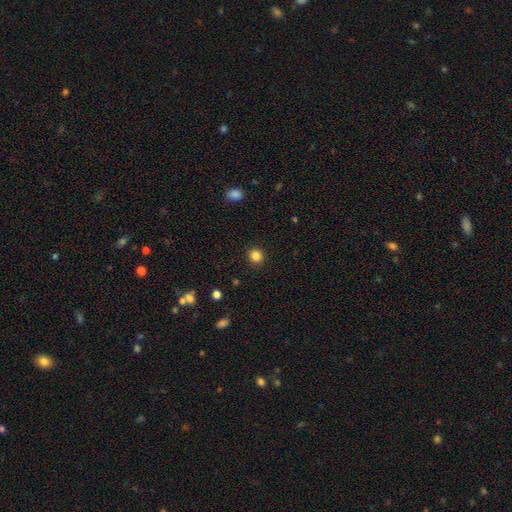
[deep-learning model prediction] This appears to be a smooth galaxy with no disk features (85%) that is round (91%). Merging: none (92%).